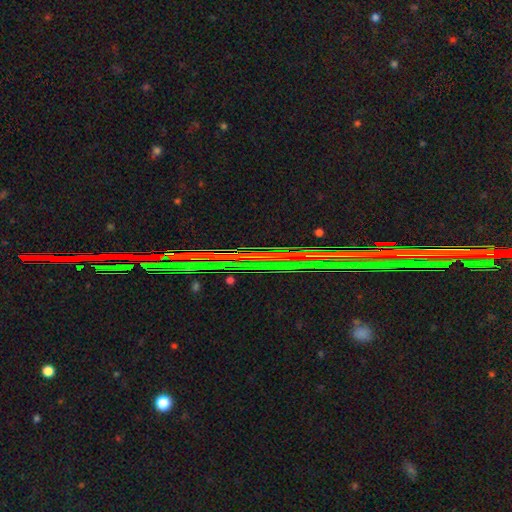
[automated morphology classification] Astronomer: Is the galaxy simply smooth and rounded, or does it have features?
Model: star or artifact — 88%.